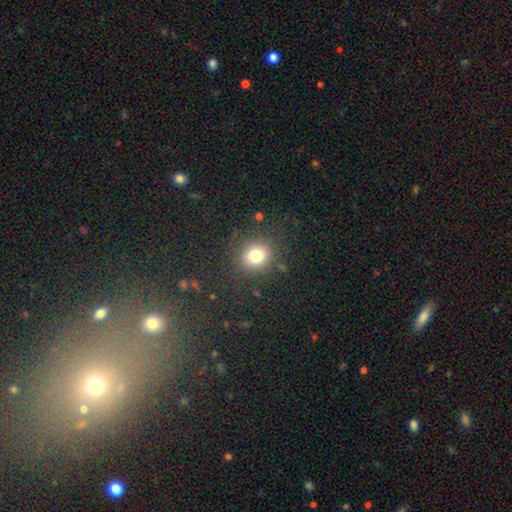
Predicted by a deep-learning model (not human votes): A smooth galaxy with no disk features (79%) that is round (80%). Merging: none (85%).